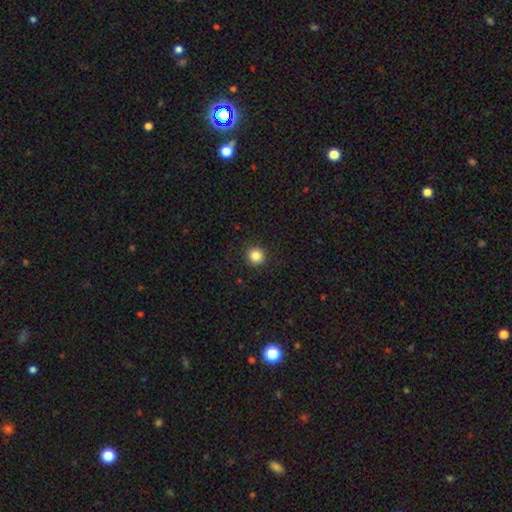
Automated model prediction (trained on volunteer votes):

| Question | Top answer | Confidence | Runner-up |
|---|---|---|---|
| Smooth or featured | smooth | 85% | star or artifact (11%) |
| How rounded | round | 94% | in between (5%) |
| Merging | none | 92% | minor disturbance (5%) |